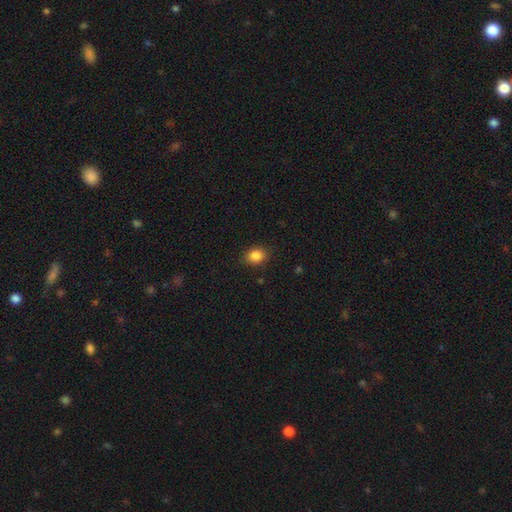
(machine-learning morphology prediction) smooth 86%, star or artifact 10%, featured or disk 5%. Down the decision tree: how rounded — in between (52%); merging — none (87%).